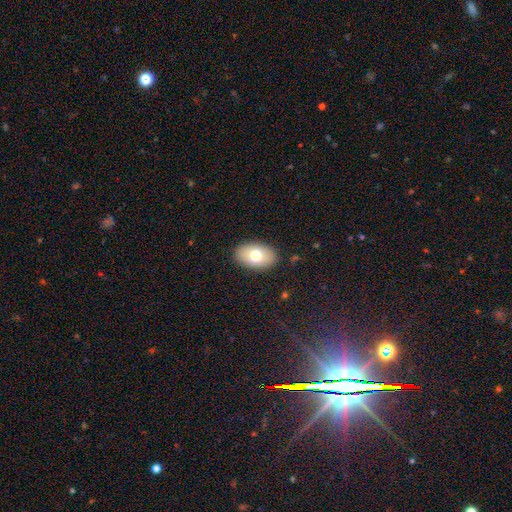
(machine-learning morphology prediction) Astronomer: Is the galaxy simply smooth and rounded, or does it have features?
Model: smooth — 72%.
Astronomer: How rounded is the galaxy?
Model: in between — 90%.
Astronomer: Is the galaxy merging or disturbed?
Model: none — 87%.